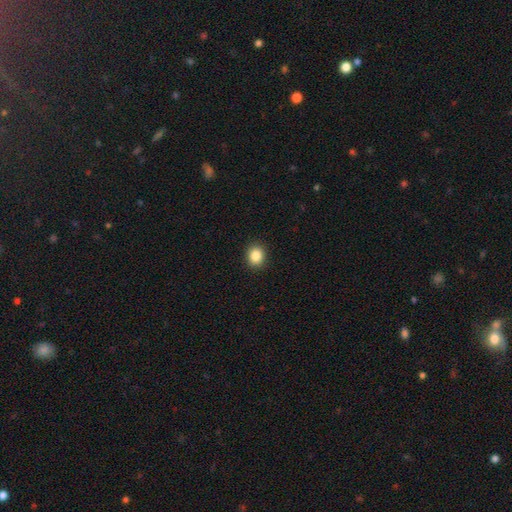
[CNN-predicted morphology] The model was most divided on "how rounded": round: 63%, in between: 36%, cigar-shaped: 1%. More confident: merging — none (91%); smooth or featured — smooth (87%).